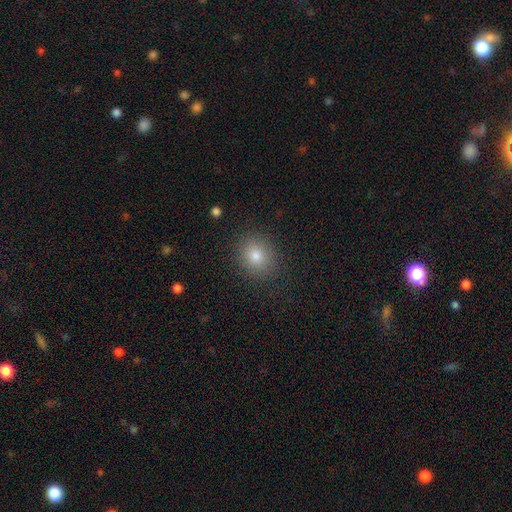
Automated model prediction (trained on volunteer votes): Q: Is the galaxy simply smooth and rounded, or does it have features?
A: smooth — 80%.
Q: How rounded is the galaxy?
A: round — 69%.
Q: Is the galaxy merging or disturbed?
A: none — 88%.